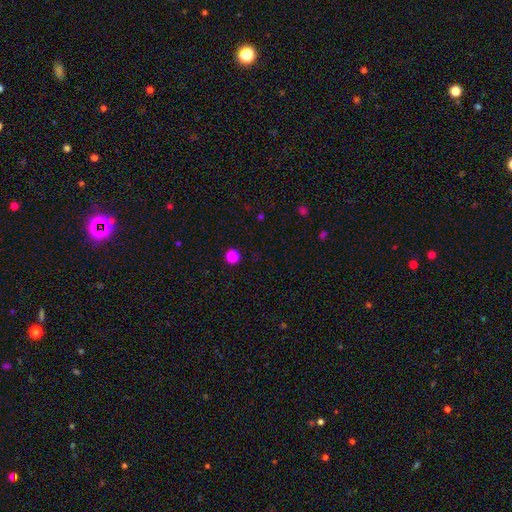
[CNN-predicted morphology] Smooth or featured? Predicted: smooth (p=0.80). How rounded? Predicted: round (p=0.95). Merging? Predicted: none (p=0.93).